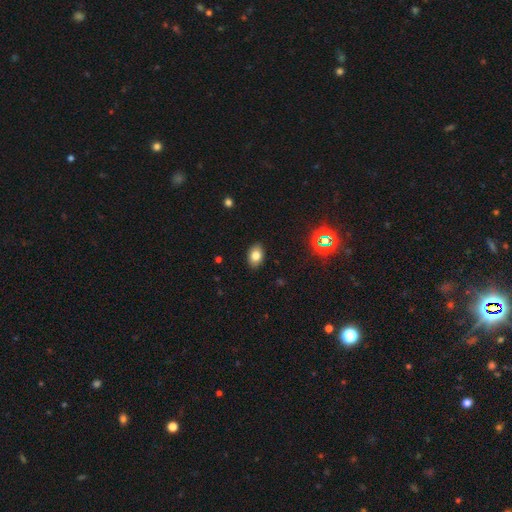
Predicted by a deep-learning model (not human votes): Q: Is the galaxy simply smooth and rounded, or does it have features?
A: smooth — 78%.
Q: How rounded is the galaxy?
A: in between — 84%.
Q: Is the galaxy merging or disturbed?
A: none — 88%.